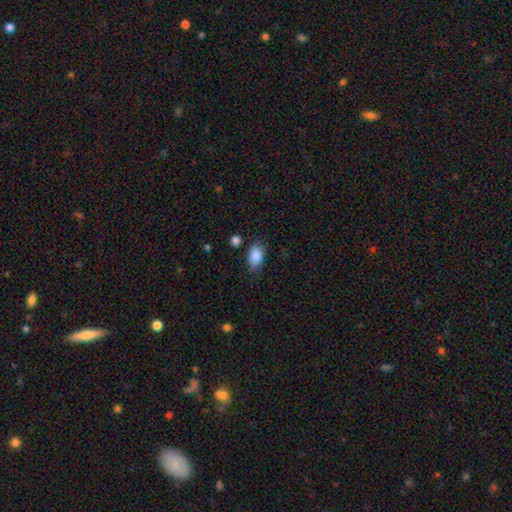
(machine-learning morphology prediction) smooth_or_featured: smooth (p=0.86) [alt: star or artifact p=0.08]
how_rounded: in between (p=0.89) [alt: round p=0.09]
merging: none (p=0.66) [alt: minor disturbance p=0.25]